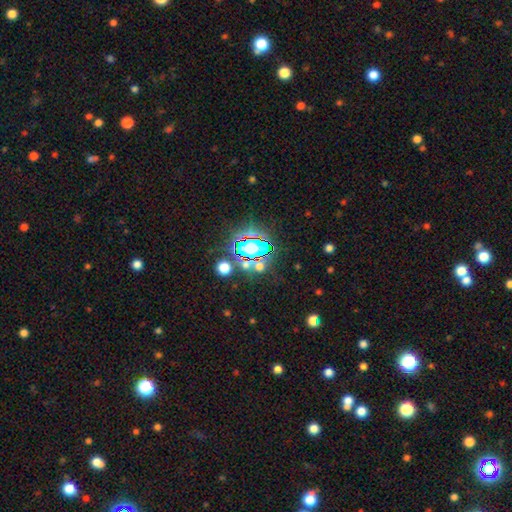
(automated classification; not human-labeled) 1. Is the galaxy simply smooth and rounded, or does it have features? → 70% star or artifact, 19% smooth, 10% featured or disk.